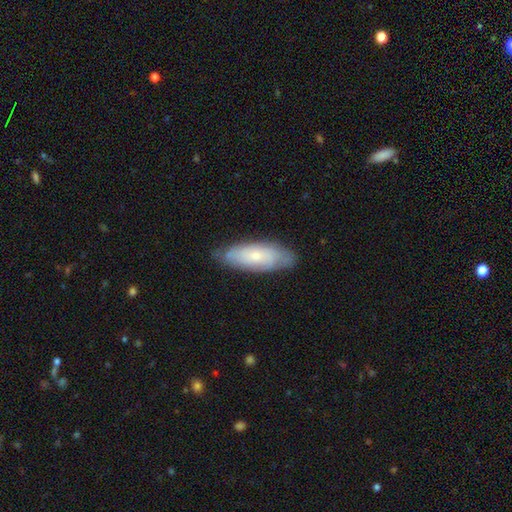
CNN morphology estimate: Q: Smooth or featured?
A: smooth (48%); runner-up: featured or disk (46%)
Q: Merging?
A: none (75%); runner-up: minor disturbance (20%)